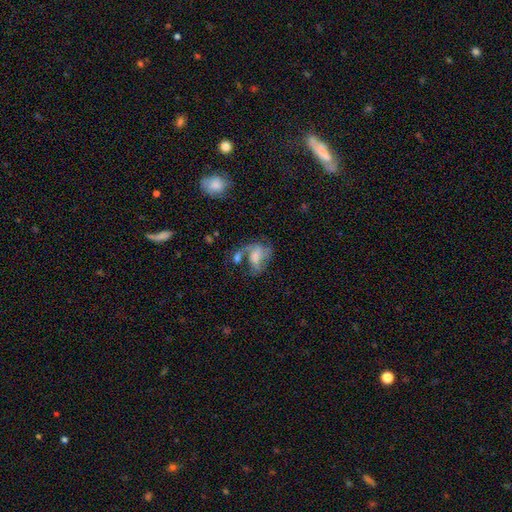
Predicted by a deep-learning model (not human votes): Smooth or featured? featured or disk (53%)
Edge-on disk? no (96%)
Bar? no (58%)
Spiral arms? yes (61%)
Bulge size? moderate (31%)
Merging? none (29%, tied with major disturbance)